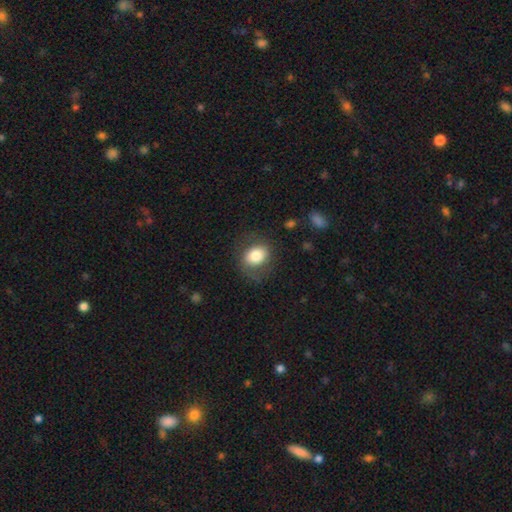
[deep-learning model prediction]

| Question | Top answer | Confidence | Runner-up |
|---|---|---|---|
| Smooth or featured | smooth | 74% | featured or disk (19%) |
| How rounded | in between | 54% | round (45%) |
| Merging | none | 70% | minor disturbance (18%) |